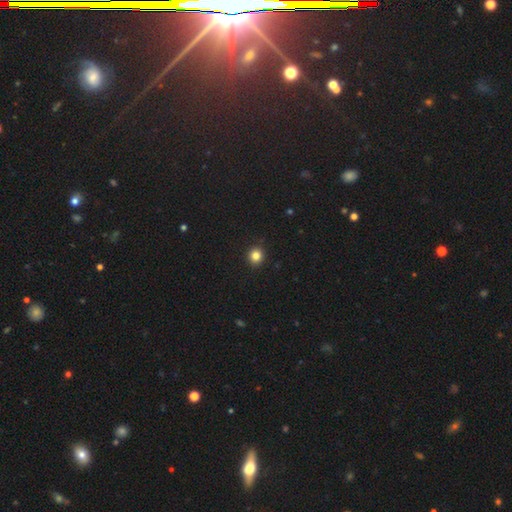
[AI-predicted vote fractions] smooth_or_featured: smooth (p=0.83) [alt: star or artifact p=0.12]
how_rounded: round (p=0.90) [alt: in between p=0.09]
merging: none (p=0.93) [alt: minor disturbance p=0.05]